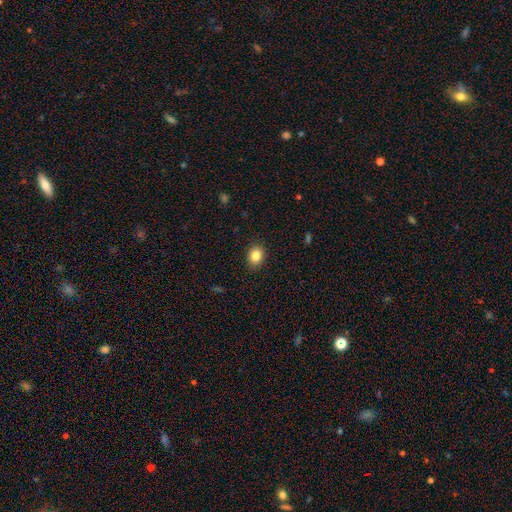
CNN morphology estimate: smooth_or_featured: smooth (p=0.85) [alt: star or artifact p=0.10]
how_rounded: round (p=0.55) [alt: in between p=0.44]
merging: none (p=0.89) [alt: minor disturbance p=0.08]